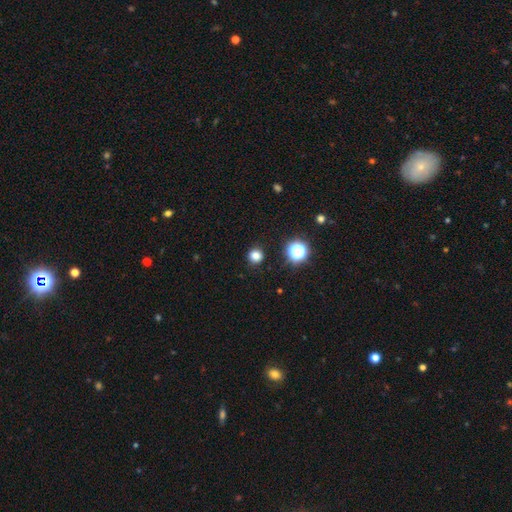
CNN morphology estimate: The model was most divided on "smooth or featured": smooth: 80%, star or artifact: 16%, featured or disk: 4%. More confident: how rounded — round (93%); merging — none (91%).